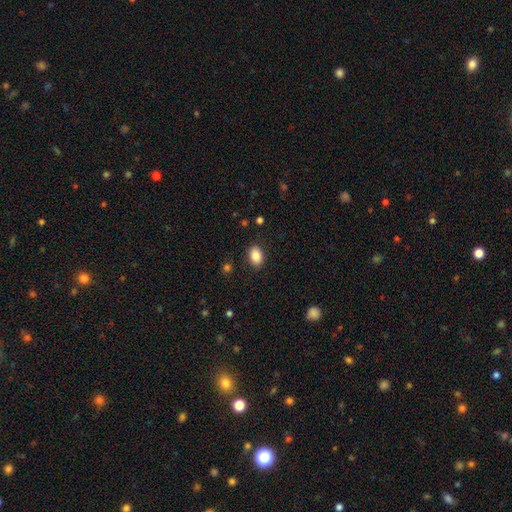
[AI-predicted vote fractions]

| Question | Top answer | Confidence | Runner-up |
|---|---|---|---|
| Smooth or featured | smooth | 87% | star or artifact (8%) |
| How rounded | in between | 82% | round (17%) |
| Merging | none | 88% | minor disturbance (9%) |